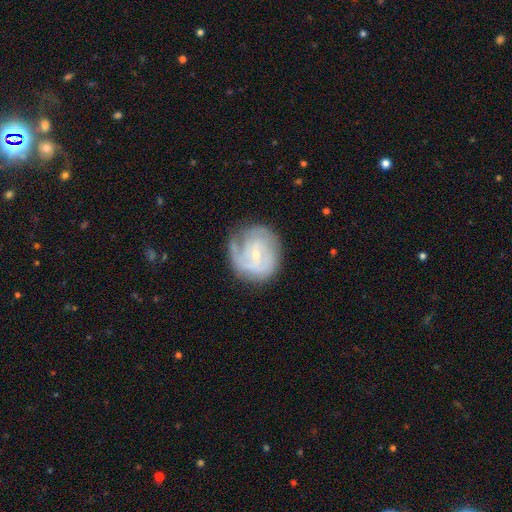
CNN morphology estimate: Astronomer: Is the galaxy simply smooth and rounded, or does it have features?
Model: featured or disk — 78%.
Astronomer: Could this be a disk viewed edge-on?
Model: no — 98%.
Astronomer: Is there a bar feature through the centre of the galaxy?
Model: no — 49% (runner-up: weak, 42%).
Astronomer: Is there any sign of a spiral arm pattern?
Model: yes — 91%.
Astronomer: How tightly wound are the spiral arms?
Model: tight — 58%.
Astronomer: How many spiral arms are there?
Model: can't tell — 33% (runner-up: 2, 30%).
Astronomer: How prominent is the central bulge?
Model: small — 77%.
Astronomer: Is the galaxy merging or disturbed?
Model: none — 65%.